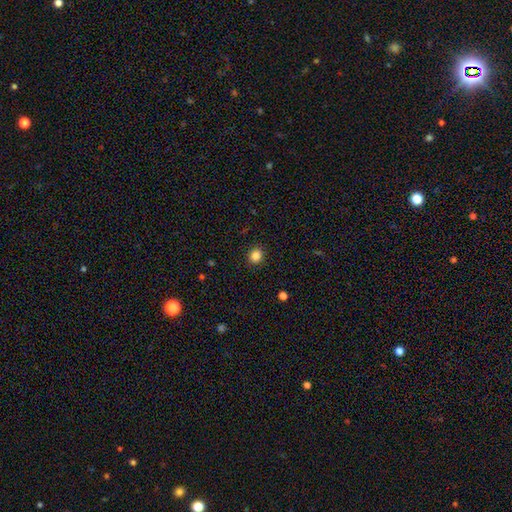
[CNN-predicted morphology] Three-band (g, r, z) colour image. It shows a smooth galaxy with no disk features (84%) that is round (84%). Merging: none (91%).